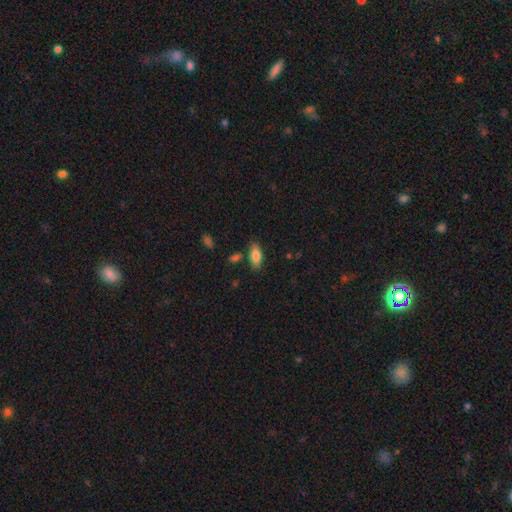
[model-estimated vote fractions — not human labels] smooth-or-featured: smooth: 81% | featured or disk: 12% | star or artifact: 7%
  how-rounded: in between: 84% | cigar-shaped: 14% | round: 3%
  merging: none: 79% | minor disturbance: 13% | merger: 5% | major disturbance: 3%